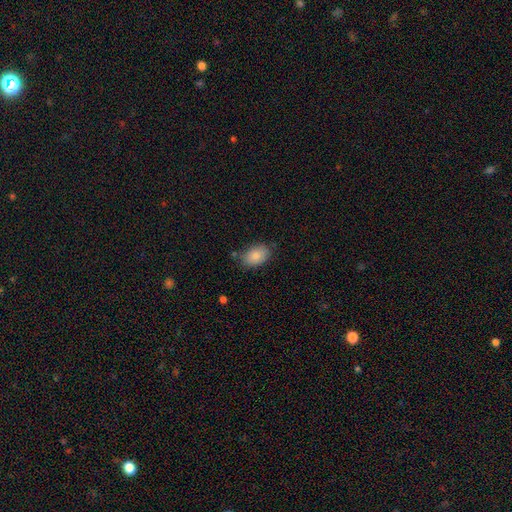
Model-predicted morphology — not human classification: A smooth galaxy with no disk features (86%) that is in between round and cigar-shaped (88%). Merging: none (75%).